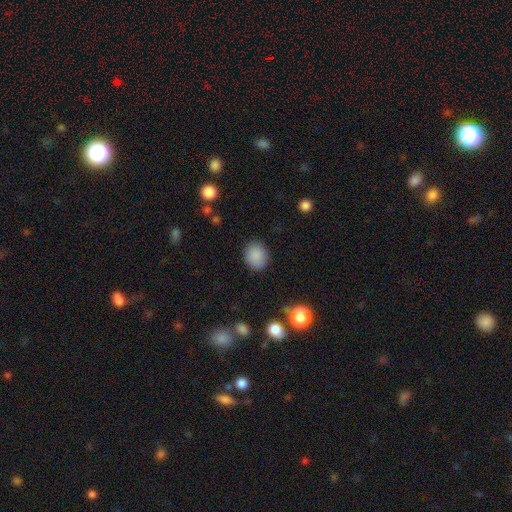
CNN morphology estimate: Overall: smooth (87%). How rounded: round (66%; in between 33%). Merging: none (87%).